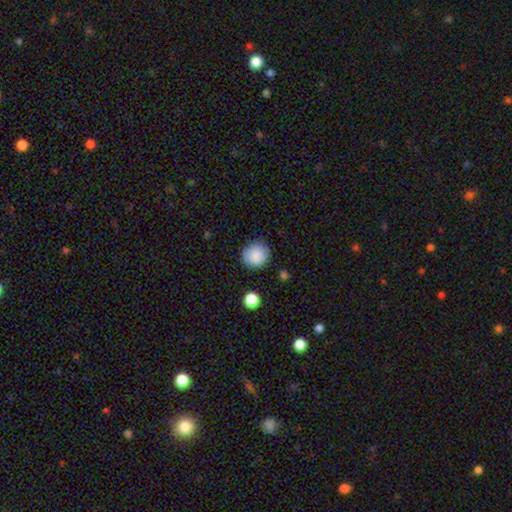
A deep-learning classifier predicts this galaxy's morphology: smooth-or-featured: smooth: 87% | star or artifact: 8% | featured or disk: 5%
  how-rounded: round: 90% | in between: 9% | cigar-shaped: 1%
  merging: none: 87% | minor disturbance: 9% | major disturbance: 3% | merger: 2%